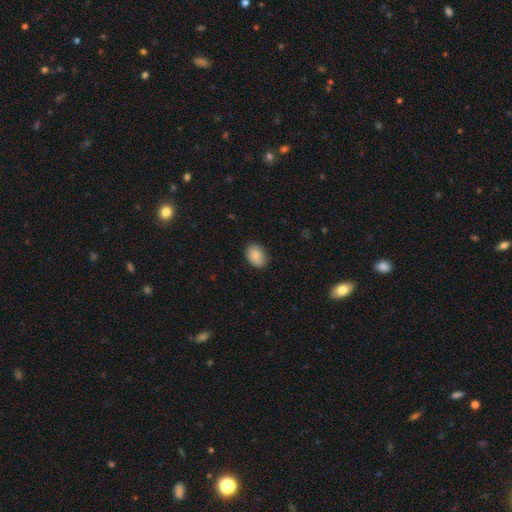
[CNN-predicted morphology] The model was most divided on "how rounded": in between: 84%, round: 15%, cigar-shaped: 1%. More confident: smooth or featured — smooth (88%); merging — none (85%).